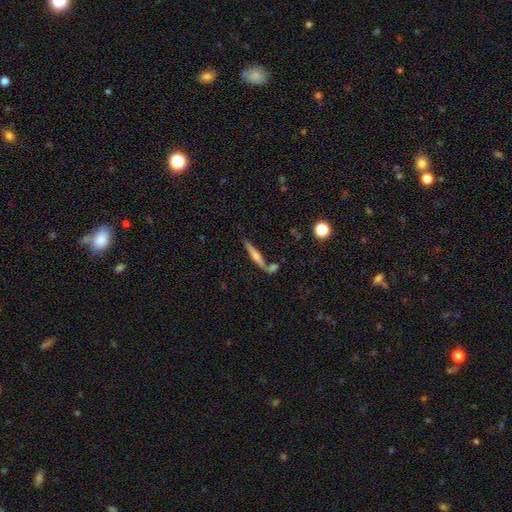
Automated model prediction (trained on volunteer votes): A featured or disk galaxy (58%) viewed edge-on (95%) with a rounded central bulge (71%). Merging: none (64%).